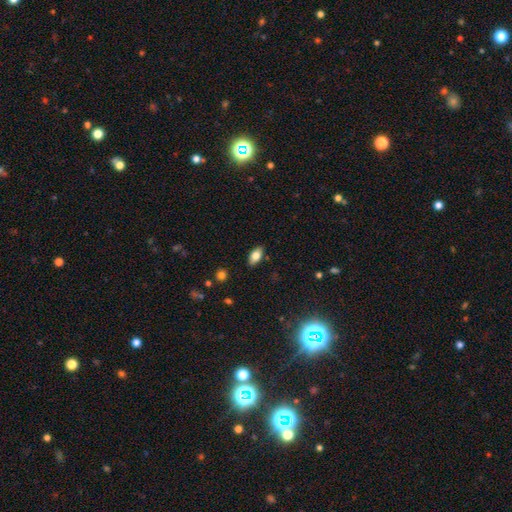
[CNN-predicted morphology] type=smooth (78%); roundness=in between (90%); merging=none (87%).